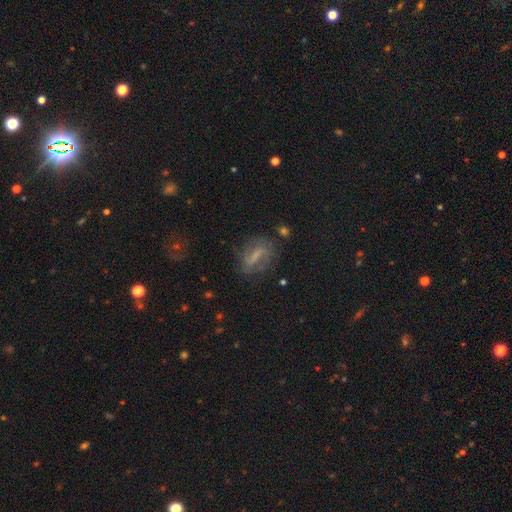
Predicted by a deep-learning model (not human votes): Smooth or featured? featured or disk (51%)
Edge-on disk? no (88%)
Merging? none (68%)